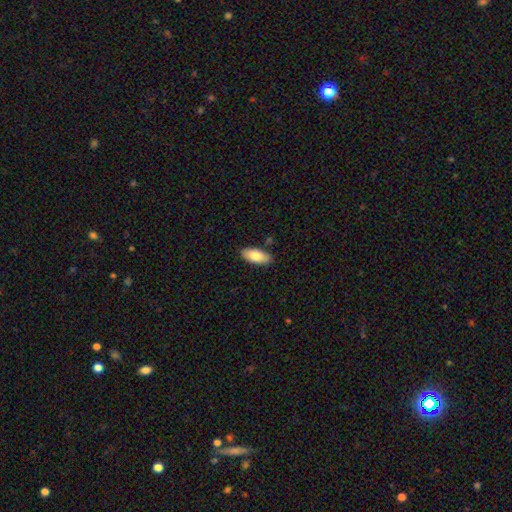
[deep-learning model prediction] Smooth or featured: smooth — 82% (featured or disk — 12%)
How rounded: in between — 88% (cigar-shaped — 10%)
Merging: none — 86% (minor disturbance — 10%)